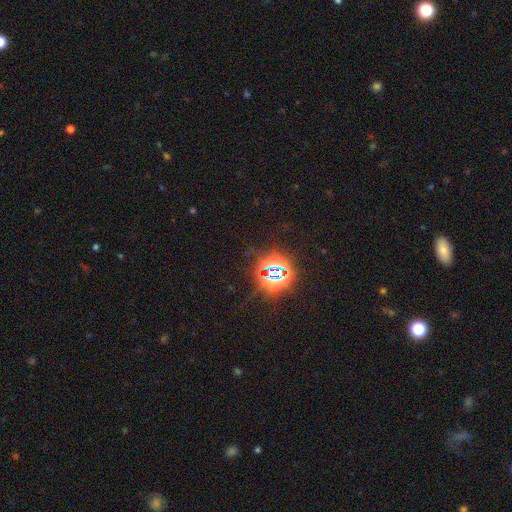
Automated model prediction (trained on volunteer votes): Smooth or featured? star or artifact (83%)